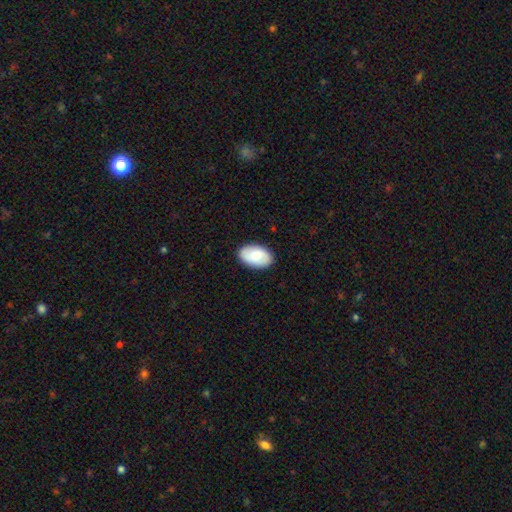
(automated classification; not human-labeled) Smooth or featured: smooth — 75% (featured or disk — 19%)
How rounded: in between — 93% (round — 5%)
Merging: none — 88% (minor disturbance — 9%)